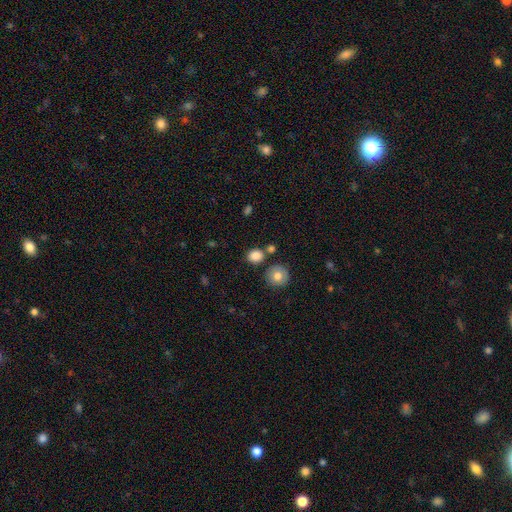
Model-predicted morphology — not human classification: Overall: smooth (84%). How rounded: round (69%; in between 30%). Merging: none (75%).